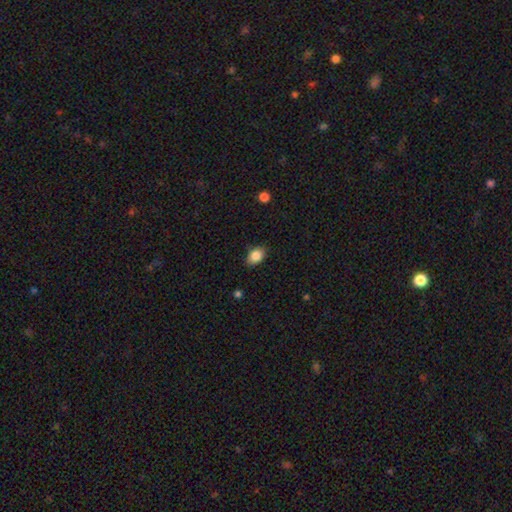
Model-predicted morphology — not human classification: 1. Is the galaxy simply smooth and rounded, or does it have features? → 86% smooth, 8% star or artifact, 6% featured or disk.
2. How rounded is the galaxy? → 81% in between, 18% round, 1% cigar-shaped.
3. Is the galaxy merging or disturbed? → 84% none, 12% minor disturbance, 2% major disturbance, 1% merger.